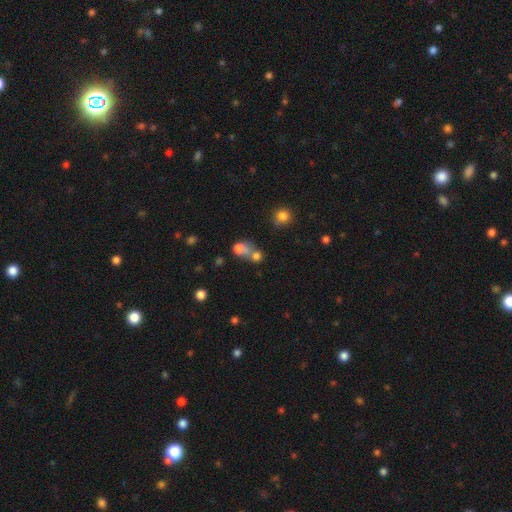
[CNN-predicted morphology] A smooth galaxy with no disk features (57%) that is round (76%). Merging: none (51%).